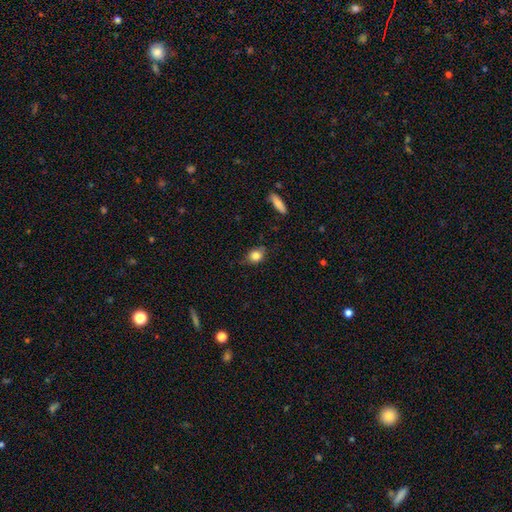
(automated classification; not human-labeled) This is clearly a smooth galaxy (81%). How rounded: possibly round (50%). Merging: likely none (68%).